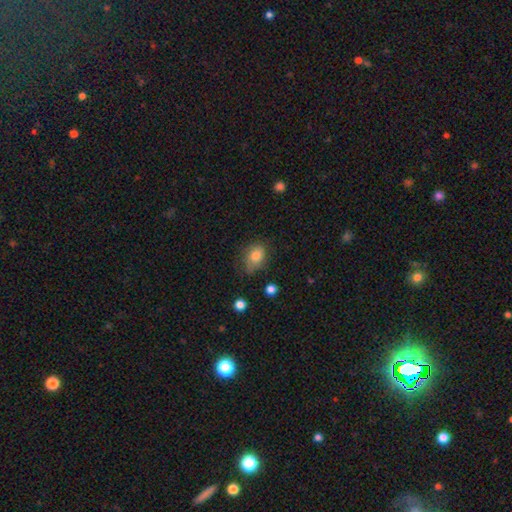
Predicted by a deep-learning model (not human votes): This is clearly a smooth galaxy (81%). How rounded: likely in between (69%). Merging: likely none (60%).